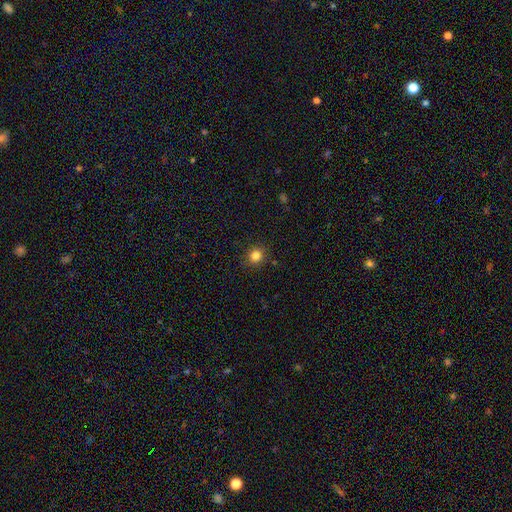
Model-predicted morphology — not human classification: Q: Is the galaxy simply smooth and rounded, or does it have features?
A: smooth — 83%.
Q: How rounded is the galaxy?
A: round — 88%.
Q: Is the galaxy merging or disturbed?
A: none — 90%.